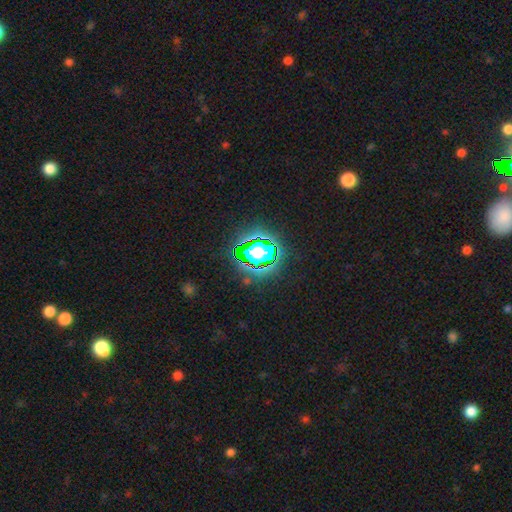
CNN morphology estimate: A star or artifact, not a galaxy (63%).